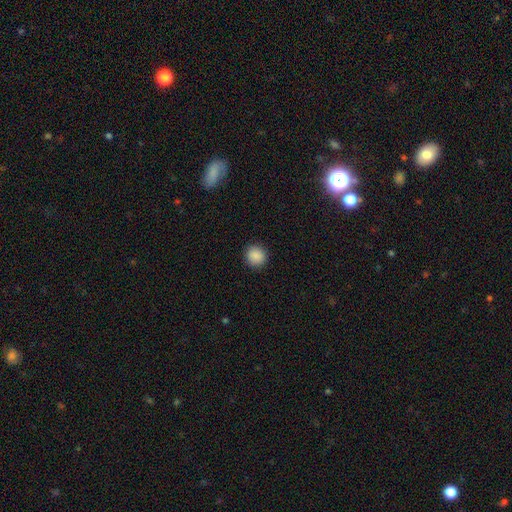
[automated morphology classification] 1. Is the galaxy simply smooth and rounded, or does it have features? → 89% smooth, 9% star or artifact, 3% featured or disk.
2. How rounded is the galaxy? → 88% round, 11% in between, 1% cigar-shaped.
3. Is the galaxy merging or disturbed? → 92% none, 6% minor disturbance, 2% major disturbance, 1% merger.